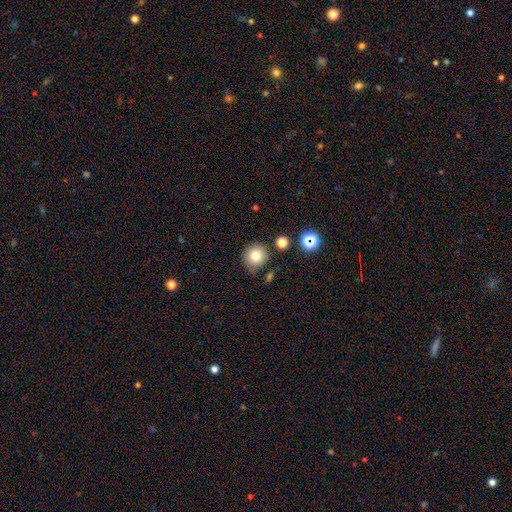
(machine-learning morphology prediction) type=smooth (79%); roundness=round (93%); merging=none (78%).